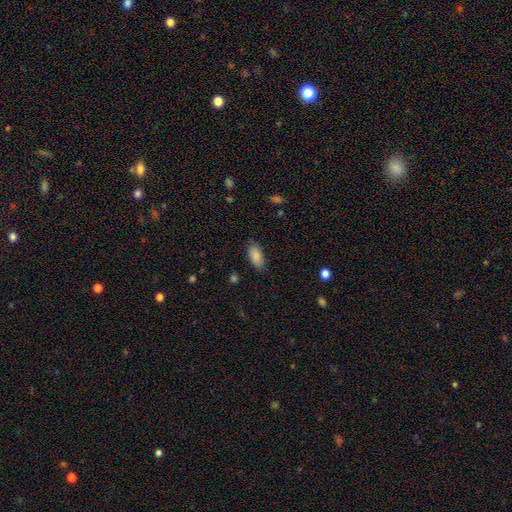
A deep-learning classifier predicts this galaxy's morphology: Smooth or featured: smooth — 87% (star or artifact — 7%)
How rounded: in between — 92% (cigar-shaped — 5%)
Merging: none — 82% (minor disturbance — 14%)